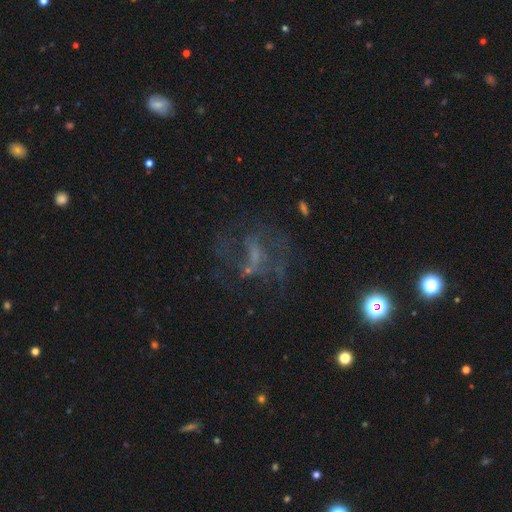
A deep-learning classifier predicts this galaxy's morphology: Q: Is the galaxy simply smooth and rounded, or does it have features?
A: featured or disk — 56%.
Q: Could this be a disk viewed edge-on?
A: no — 96%.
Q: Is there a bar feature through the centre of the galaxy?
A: no — 52%.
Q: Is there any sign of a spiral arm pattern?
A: no — 54%.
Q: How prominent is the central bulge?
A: none — 48%.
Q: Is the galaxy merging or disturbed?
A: none — 51%.